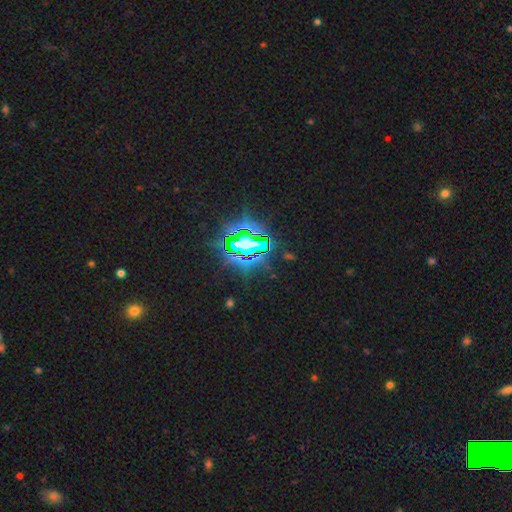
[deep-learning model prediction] smooth-or-featured: star or artifact: 79% | featured or disk: 11% | smooth: 10%